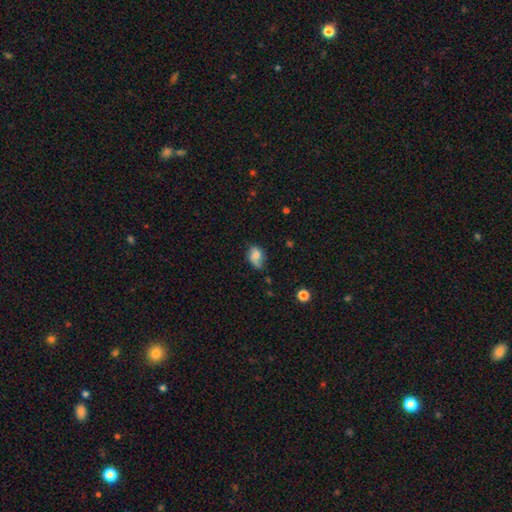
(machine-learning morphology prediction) The model was most divided on "merging": none: 48%, minor disturbance: 35%, major disturbance: 13%, merger: 4%. More confident: how rounded — in between (78%); smooth or featured — smooth (61%).